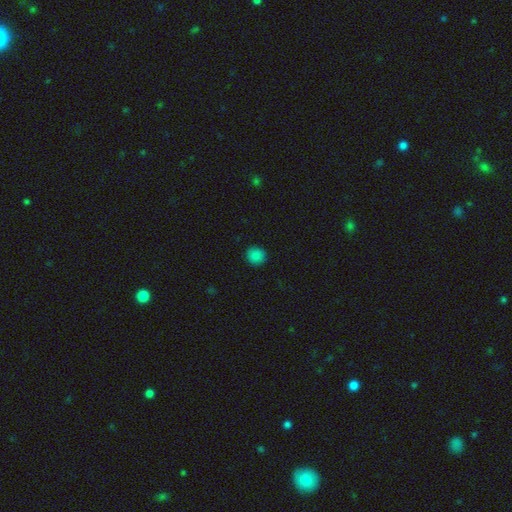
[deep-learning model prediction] The model was most divided on "smooth or featured": smooth: 85%, star or artifact: 12%, featured or disk: 3%. More confident: merging — none (91%); how rounded — round (90%).